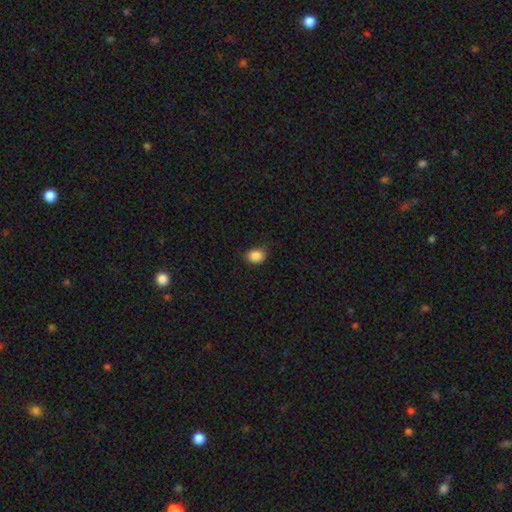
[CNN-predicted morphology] Overall: smooth (87%). How rounded: in between (51%; round 48%). Merging: none (78%).